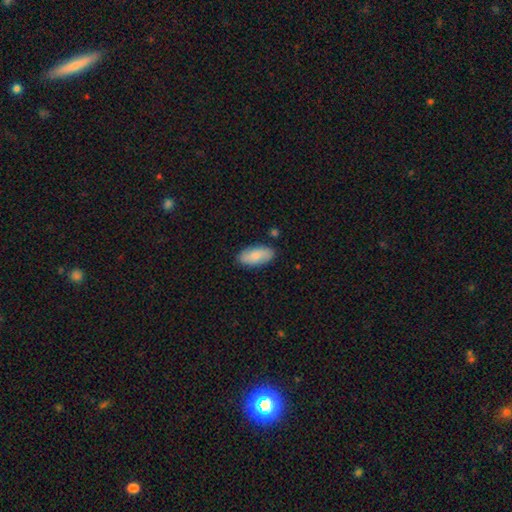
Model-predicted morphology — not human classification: Smooth or featured? Predicted: smooth (p=0.78). How rounded? Predicted: in between (p=0.92). Merging? Predicted: none (p=0.85).